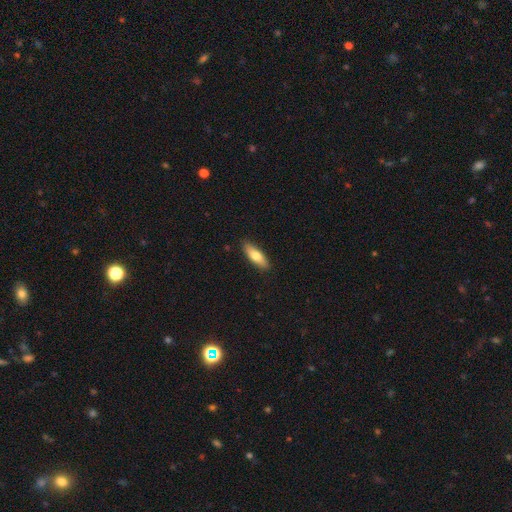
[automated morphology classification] type=smooth (74%); roundness=in between (53%); merging=none (88%).